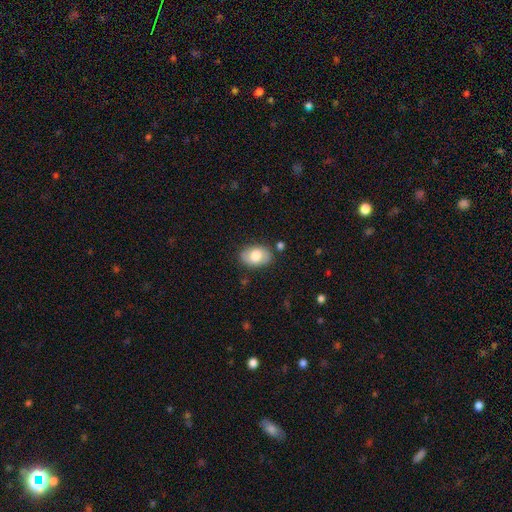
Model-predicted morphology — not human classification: Smooth or featured? Predicted: smooth (p=0.70). How rounded? Predicted: in between (p=0.86). Merging? Predicted: none (p=0.81).